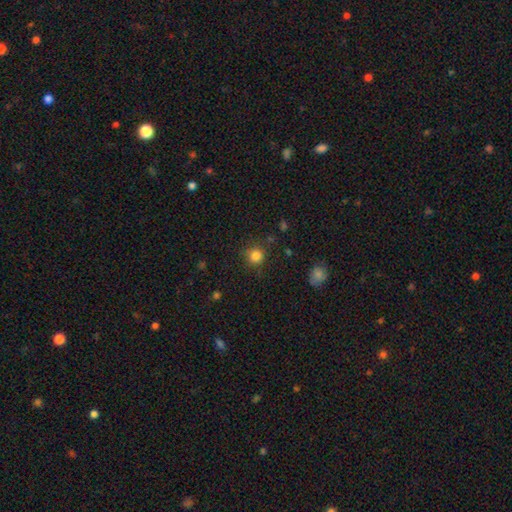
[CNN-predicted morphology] Smooth or featured?
  - smooth: 84% *
  - star or artifact: 12%
  - featured or disk: 4%
How rounded?
  - round: 92% *
  - in between: 7%
  - cigar-shaped: 1%
Merging?
  - none: 84% *
  - minor disturbance: 10%
  - major disturbance: 3%
  - merger: 2%